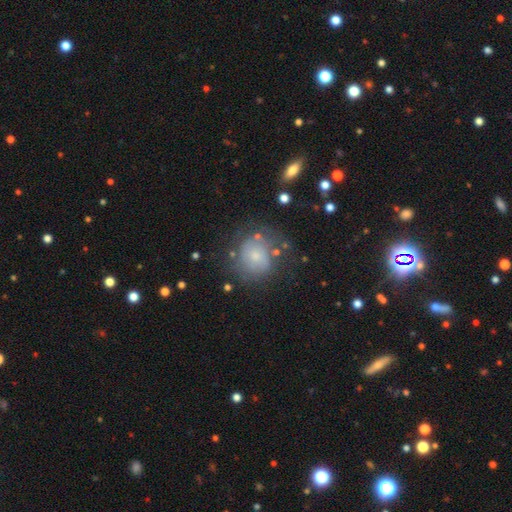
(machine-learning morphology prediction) Overall: smooth (53%; featured or disk 37%). How rounded: round (78%). Merging: none (57%; minor disturbance 23%).